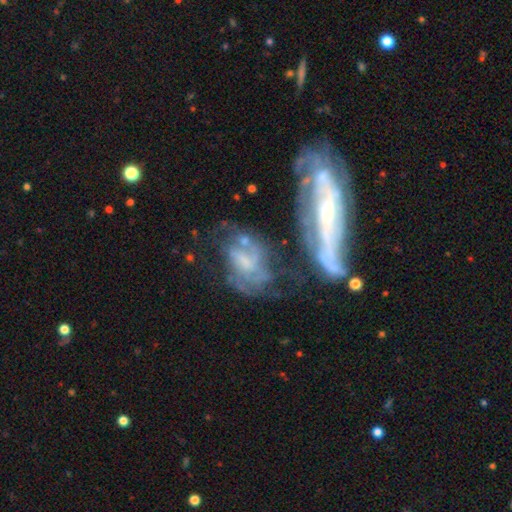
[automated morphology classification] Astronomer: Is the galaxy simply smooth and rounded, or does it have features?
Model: featured or disk — 73%.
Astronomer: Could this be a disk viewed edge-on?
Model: no — 94%.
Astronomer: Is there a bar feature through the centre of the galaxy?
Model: no — 55% (runner-up: weak, 33%).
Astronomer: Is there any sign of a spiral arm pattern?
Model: yes — 72%.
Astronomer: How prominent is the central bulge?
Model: none — 39% (runner-up: small, 32%).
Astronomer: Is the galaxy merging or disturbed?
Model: none — 30% (runner-up: merger, 29%).